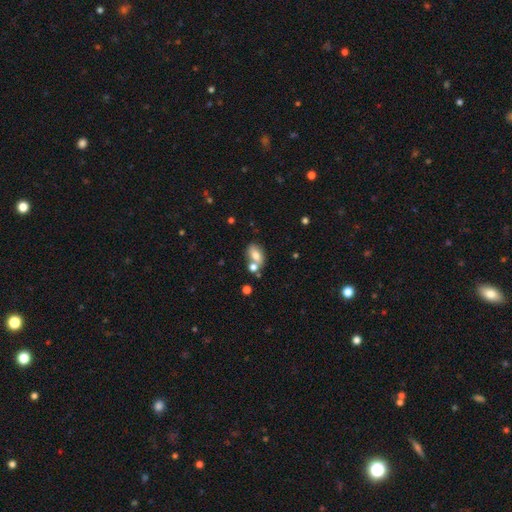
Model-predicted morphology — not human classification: A smooth galaxy with no disk features (70%) that is in between round and cigar-shaped (84%). Merging: none (49%).